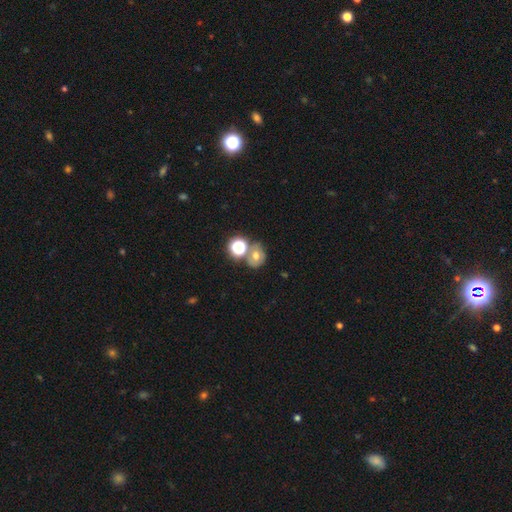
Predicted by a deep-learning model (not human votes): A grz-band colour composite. It shows a smooth galaxy with no disk features (54%) that is round (65%). Merging: none (50%).